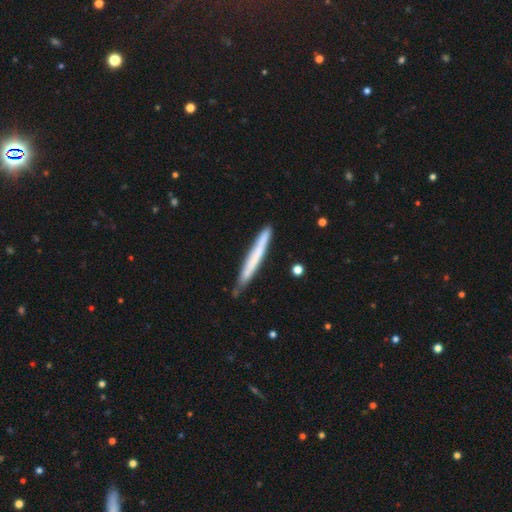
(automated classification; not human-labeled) Q: Smooth or featured?
A: smooth (60%); runner-up: featured or disk (34%)
Q: How rounded?
A: cigar-shaped (97%); runner-up: in between (2%)
Q: Merging?
A: none (80%); runner-up: minor disturbance (15%)